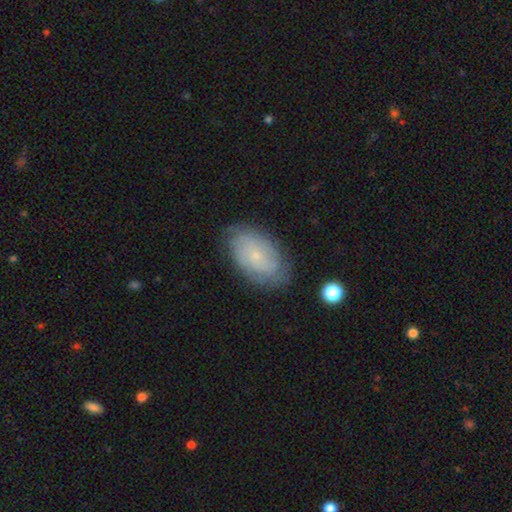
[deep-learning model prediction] A featured or disk galaxy (62%) with no bar (78%), tight (66%) spiral arms (86%) and a small central bulge (80%).

Vote fractions:
- Smooth or featured? featured or disk: 62% / smooth: 31% / star or artifact: 8%
- Edge-on disk? no: 95% / yes: 5%
- Bar? no: 78% / weak: 19% / strong: 3%
- Spiral arms? yes: 86% / no: 14%
- Spiral winding? tight: 66% / medium: 26% / loose: 8%
- Spiral arm count? can't tell: 49% / 2: 27% / 3: 10% / 4: 6% / 1: 4% / more than 4: 4%
- Bulge size? small: 80% / moderate: 14% / none: 4% / large: 1% / dominant: 1%
- Merging? none: 75% / minor disturbance: 18% / major disturbance: 5% / merger: 2%